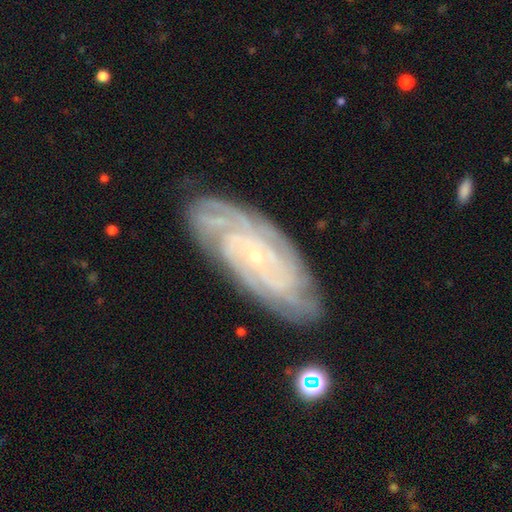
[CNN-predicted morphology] Smooth or featured: featured or disk — 89% (smooth — 6%)
Edge-on disk: no — 94% (yes — 6%)
Bar: no — 68% (weak — 23%)
Spiral arms: yes — 98% (no — 2%)
Spiral winding: tight — 79% (medium — 18%)
Spiral arm count: 4 — 30% (can't tell — 21%)
Bulge size: small — 86% (moderate — 10%)
Merging: none — 81% (minor disturbance — 15%)